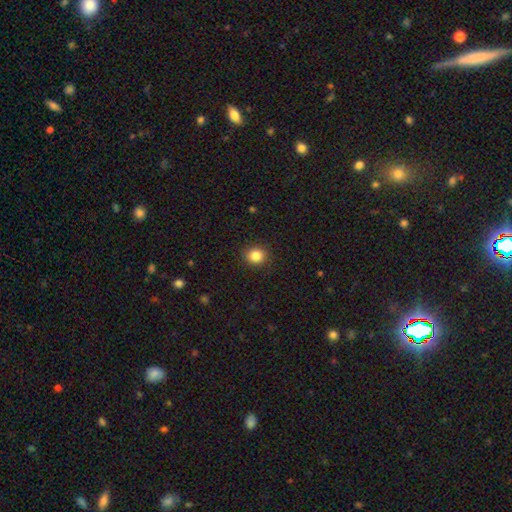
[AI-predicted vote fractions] smooth_or_featured: smooth (p=0.85) [alt: star or artifact p=0.10]
how_rounded: round (p=0.83) [alt: in between p=0.16]
merging: none (p=0.90) [alt: minor disturbance p=0.07]